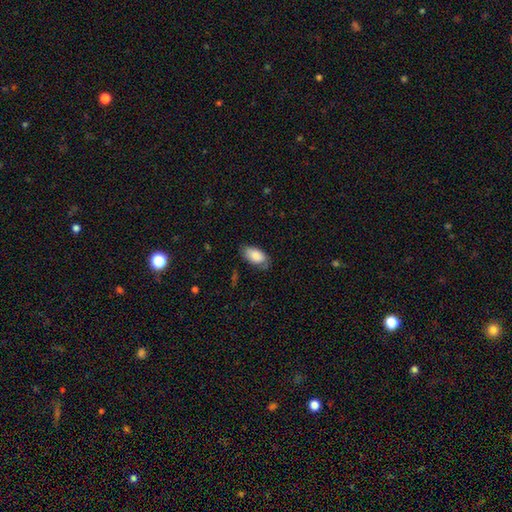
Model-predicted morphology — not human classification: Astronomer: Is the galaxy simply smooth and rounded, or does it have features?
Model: smooth — 85%.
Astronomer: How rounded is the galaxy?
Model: in between — 94%.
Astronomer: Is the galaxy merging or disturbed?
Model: none — 66%.